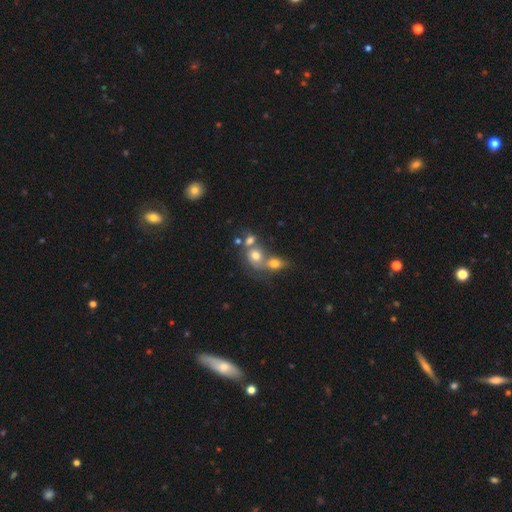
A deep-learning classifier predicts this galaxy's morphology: Smooth or featured? smooth (66%)
How rounded? round (63%)
Merging? merger (61%)